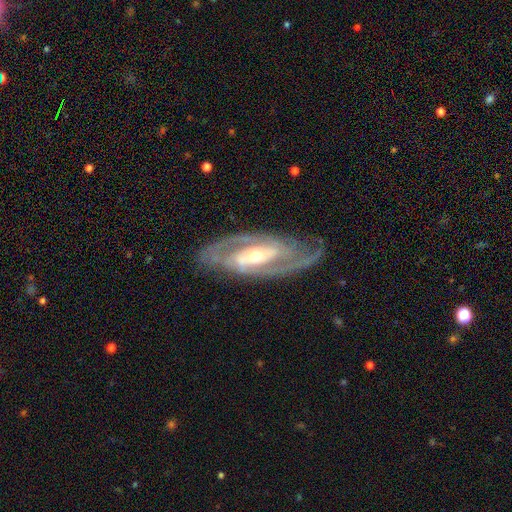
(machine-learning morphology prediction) Smooth or featured? Predicted: featured or disk (p=0.90). Edge-on disk? Predicted: no (p=0.92). Bar? Predicted: strong (p=0.39). Spiral arms? Predicted: yes (p=0.97). Spiral winding? Predicted: tight (p=0.47). Spiral arm count? Predicted: 2 (p=0.80). Bulge size? Predicted: moderate (p=0.53). Merging? Predicted: none (p=0.80).